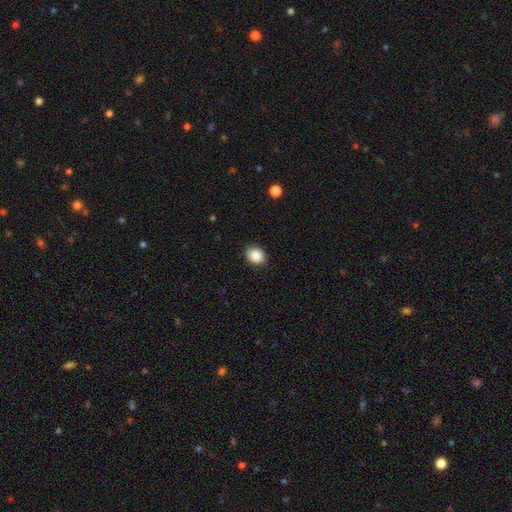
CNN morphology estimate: smooth_or_featured: smooth (p=0.88) [alt: star or artifact p=0.08]
how_rounded: in between (p=0.50) [alt: round p=0.49]
merging: none (p=0.88) [alt: minor disturbance p=0.09]